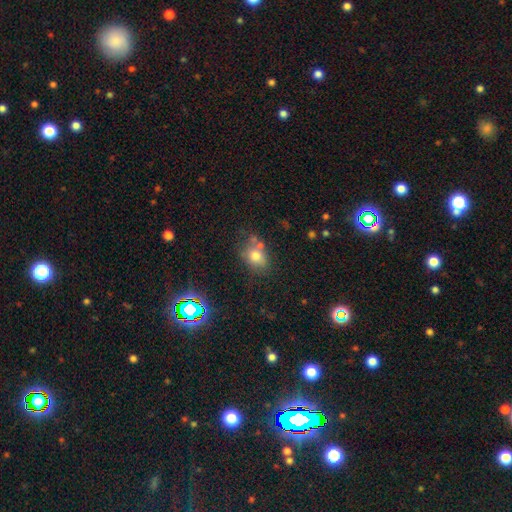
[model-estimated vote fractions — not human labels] smooth_or_featured: smooth (p=0.72) [alt: featured or disk p=0.14]
how_rounded: in between (p=0.57) [alt: round p=0.42]
merging: none (p=0.55) [alt: merger p=0.19]